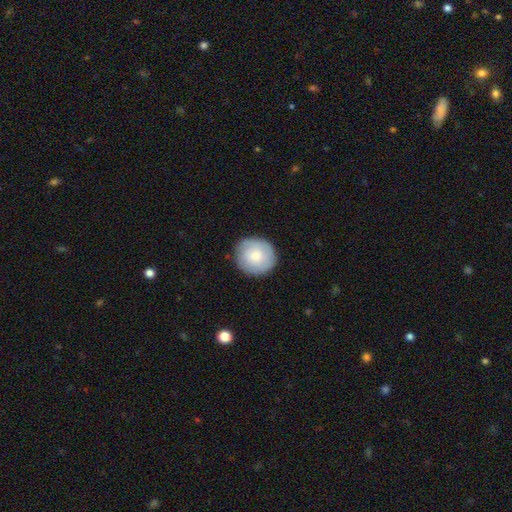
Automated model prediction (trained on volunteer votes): Q: Smooth or featured?
A: smooth (70%); runner-up: featured or disk (24%)
Q: How rounded?
A: round (90%); runner-up: in between (9%)
Q: Merging?
A: none (85%); runner-up: minor disturbance (11%)